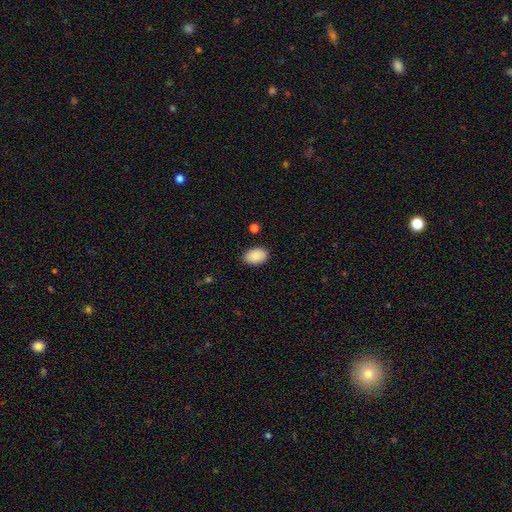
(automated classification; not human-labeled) Morphology: type=smooth (90%); roundness=in between (88%); merging=none (87%).